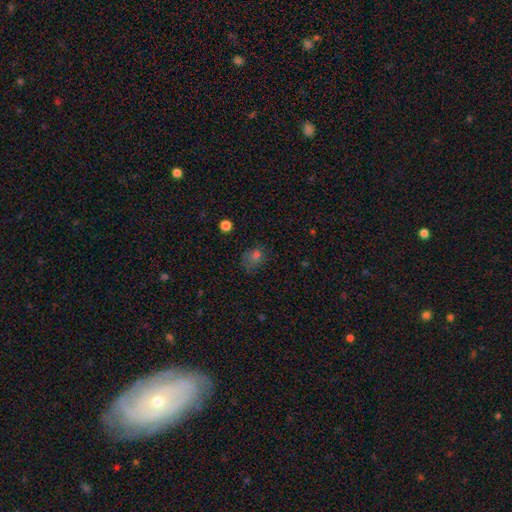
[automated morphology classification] type=smooth (65%); roundness=round (53%); merging=none (55%).